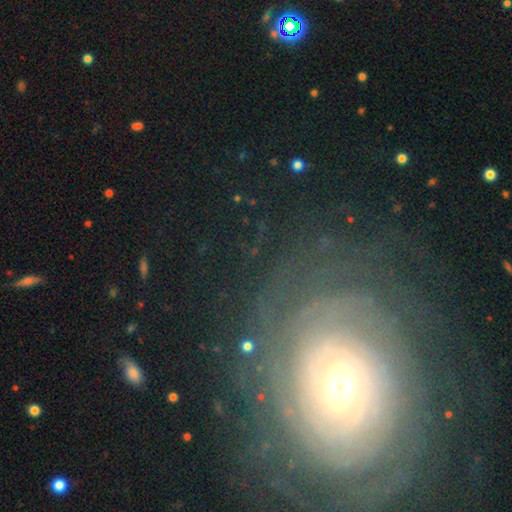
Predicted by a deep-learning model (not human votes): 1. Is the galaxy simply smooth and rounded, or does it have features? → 78% featured or disk, 11% star or artifact, 10% smooth.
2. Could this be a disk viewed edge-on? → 95% no, 5% yes.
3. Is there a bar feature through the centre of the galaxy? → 43% weak, 32% strong, 25% no.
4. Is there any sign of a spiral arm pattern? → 89% yes, 11% no.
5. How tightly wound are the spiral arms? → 81% tight, 14% medium, 5% loose.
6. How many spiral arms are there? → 42% can't tell, 16% more than 4, 13% 2, 11% 4, 10% 3, 7% 1.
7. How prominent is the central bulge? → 51% moderate, 40% small, 6% large, 2% dominant, 1% none.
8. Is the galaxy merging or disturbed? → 77% none, 12% minor disturbance, 8% major disturbance, 2% merger.